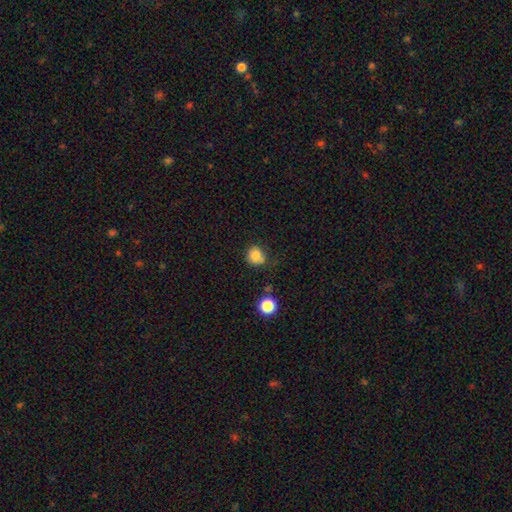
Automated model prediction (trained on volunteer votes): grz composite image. It shows a smooth galaxy with no disk features (82%) that is round (84%). Merging: none (65%).